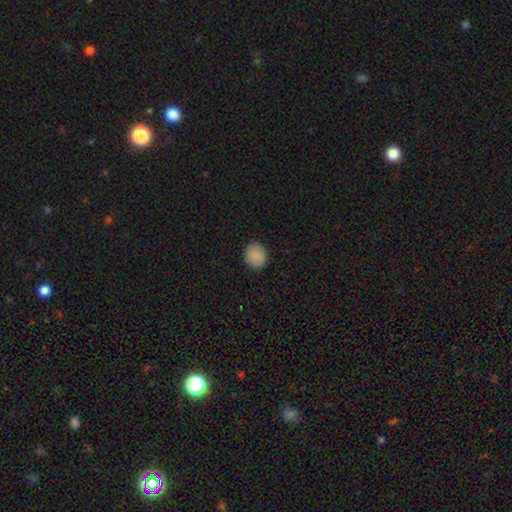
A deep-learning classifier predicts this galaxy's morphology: This is clearly a smooth galaxy (88%). How rounded: likely round (80%). Merging: clearly none (90%).